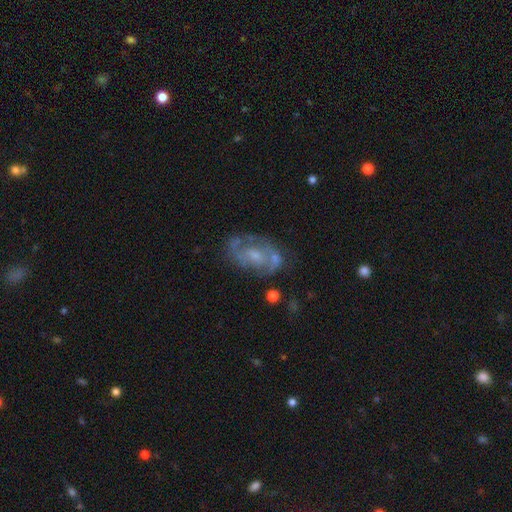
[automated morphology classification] A featured or disk galaxy (72%) with no bar (63%), spiral arms (68%) and a small central bulge (48%). Merging: none (59%).